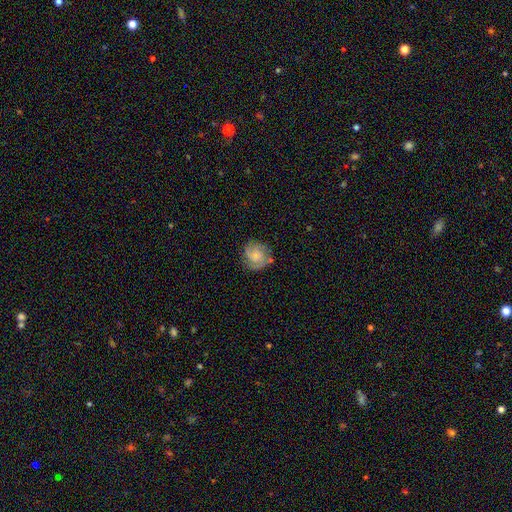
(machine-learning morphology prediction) Smooth or featured: featured or disk — 65% (smooth — 28%)
Edge-on disk: no — 98% (yes — 2%)
Bar: no — 68% (weak — 28%)
Spiral arms: yes — 94% (no — 6%)
Spiral winding: tight — 52% (medium — 38%)
Spiral arm count: 2 — 54% (3 — 19%)
Bulge size: small — 54% (moderate — 27%)
Merging: none — 74% (minor disturbance — 17%)